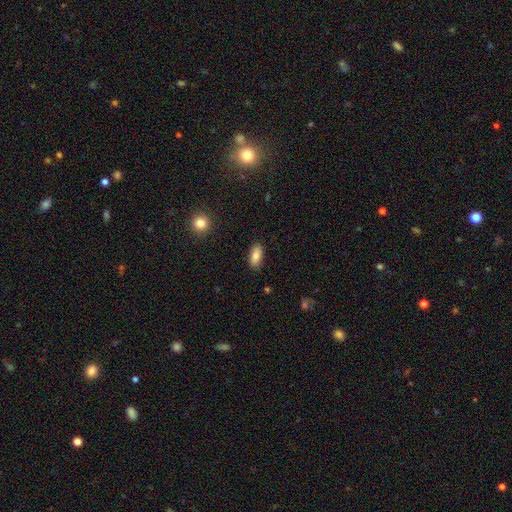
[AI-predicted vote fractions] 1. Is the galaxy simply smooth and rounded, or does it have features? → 84% smooth, 9% featured or disk, 7% star or artifact.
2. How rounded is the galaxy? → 85% in between, 12% cigar-shaped, 3% round.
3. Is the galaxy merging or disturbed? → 87% none, 10% minor disturbance, 2% major disturbance, 1% merger.